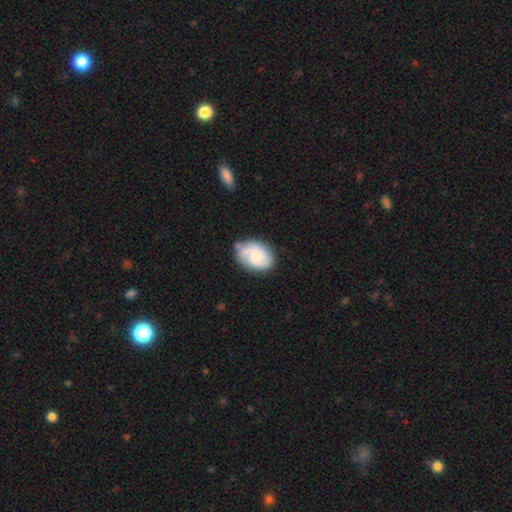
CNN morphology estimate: Smooth or featured?
  - featured or disk: 56% *
  - smooth: 38%
  - star or artifact: 7%
Edge-on disk?
  - no: 97% *
  - yes: 3%
Bar?
  - no: 65% *
  - weak: 30%
  - strong: 4%
Spiral arms?
  - yes: 90% *
  - no: 10%
Bulge size?
  - small: 42% *
  - moderate: 30%
  - none: 17%
  - large: 9%
  - dominant: 2%
Merging?
  - none: 65% *
  - minor disturbance: 22%
  - major disturbance: 8%
  - merger: 4%